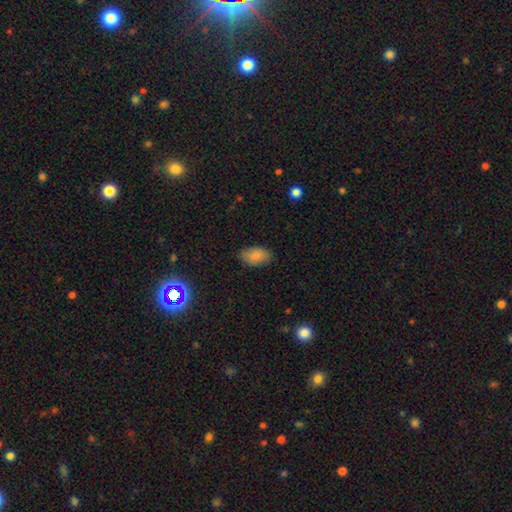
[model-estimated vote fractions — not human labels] smooth 84%, star or artifact 9%, featured or disk 7%. Down the decision tree: how rounded — in between (92%); merging — none (81%).